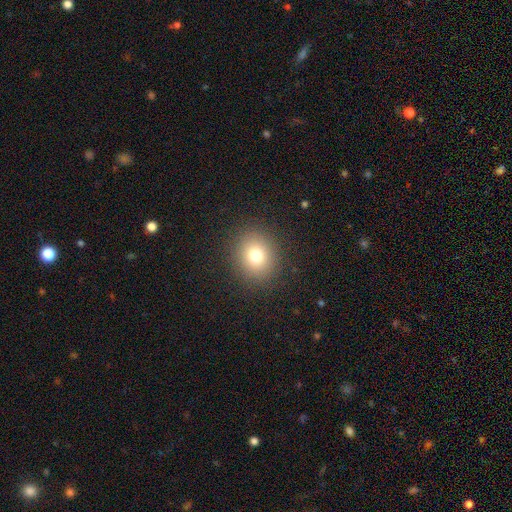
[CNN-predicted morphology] The model was most divided on "how rounded": round: 79%, in between: 21%, cigar-shaped: 1%. More confident: merging — none (89%); smooth or featured — smooth (76%).